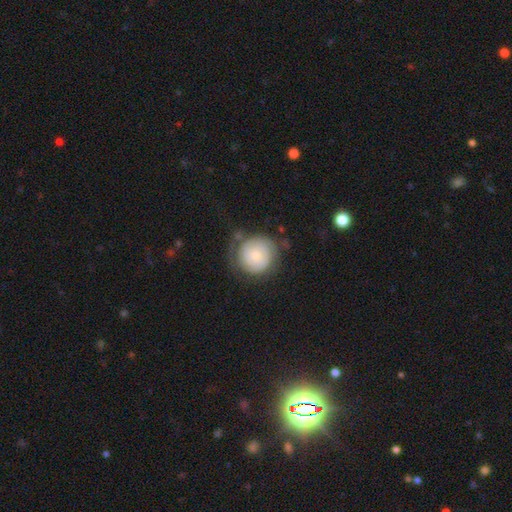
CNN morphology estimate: Overall: featured or disk (50%; smooth 44%). Merging: none (57%; minor disturbance 24%).